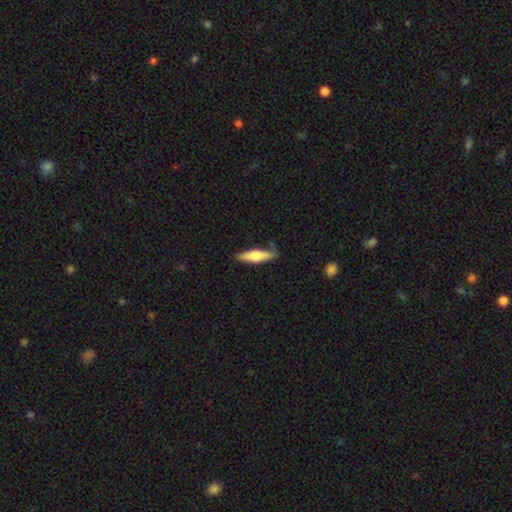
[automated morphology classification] Smooth or featured? Predicted: smooth (p=0.64). How rounded? Predicted: cigar-shaped (p=0.70). Merging? Predicted: none (p=0.77).